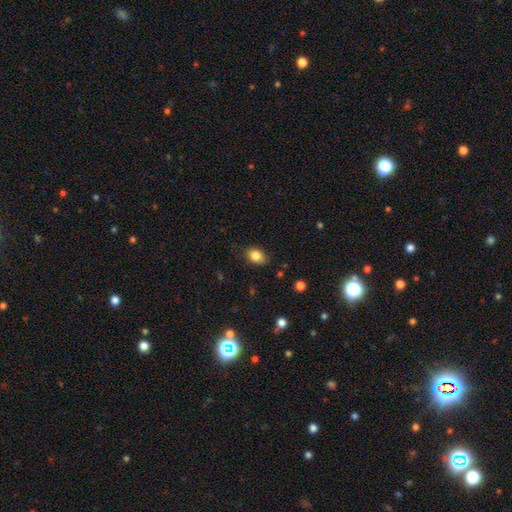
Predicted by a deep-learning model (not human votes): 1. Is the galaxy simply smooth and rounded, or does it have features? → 84% smooth, 9% star or artifact, 7% featured or disk.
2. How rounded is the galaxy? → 73% in between, 25% round, 1% cigar-shaped.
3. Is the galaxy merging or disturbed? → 83% none, 13% minor disturbance, 3% major disturbance, 1% merger.